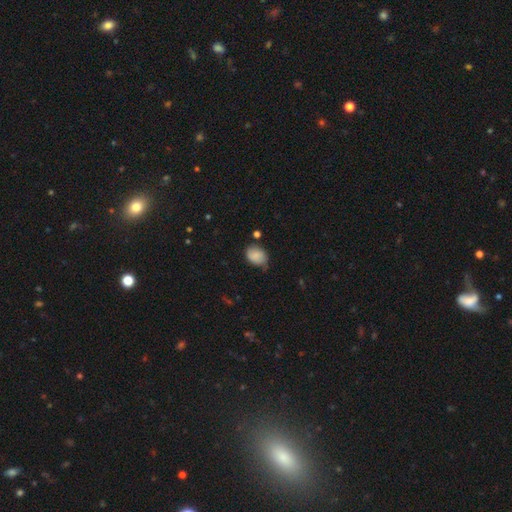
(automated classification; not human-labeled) Smooth or featured? Predicted: smooth (p=0.80). How rounded? Predicted: in between (p=0.63). Merging? Predicted: none (p=0.57).